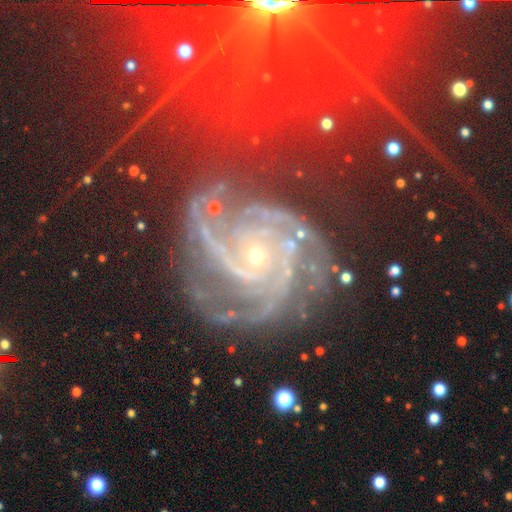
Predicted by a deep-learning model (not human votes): A featured or disk galaxy (86%) with no bar (69%), 3 (28%) tight (60%) spiral arms (98%) and a small central bulge (82%).

Vote fractions:
- Smooth or featured? featured or disk: 86% / star or artifact: 11% / smooth: 4%
- Edge-on disk? no: 98% / yes: 2%
- Bar? no: 69% / weak: 20% / strong: 10%
- Spiral arms? yes: 98% / no: 2%
- Spiral winding? tight: 60% / medium: 34% / loose: 6%
- Spiral arm count? 3: 28% / 4: 21% / more than 4: 16% / can't tell: 13% / 2: 13% / 1: 9%
- Bulge size? small: 82% / moderate: 14% / none: 2% / large: 1% / dominant: 1%
- Merging? none: 62% / minor disturbance: 19% / major disturbance: 15% / merger: 4%